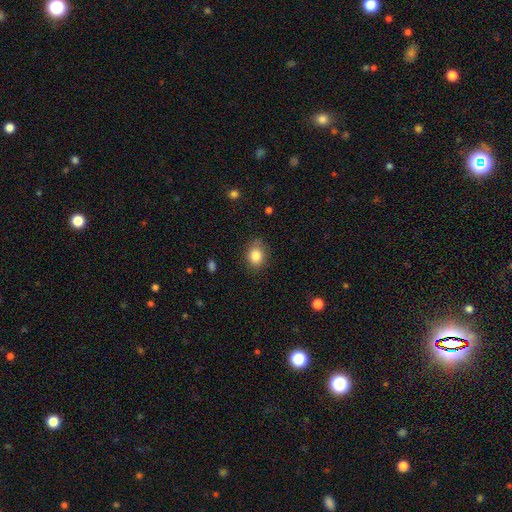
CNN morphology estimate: smooth 84%, star or artifact 10%, featured or disk 6%. Down the decision tree: how rounded — round (62%); merging — none (76%).